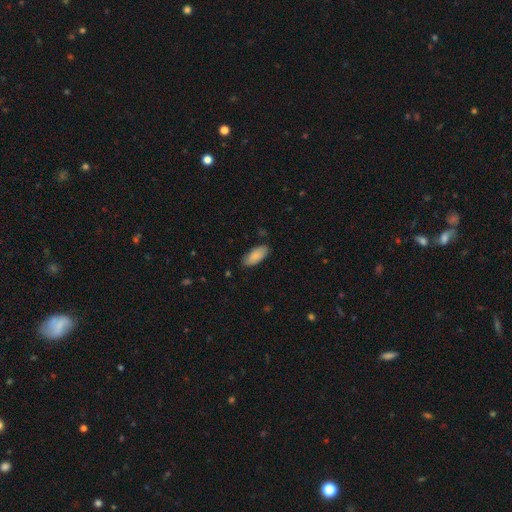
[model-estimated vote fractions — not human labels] A smooth galaxy with no disk features (87%) that is in between round and cigar-shaped (88%). Merging: none (83%).